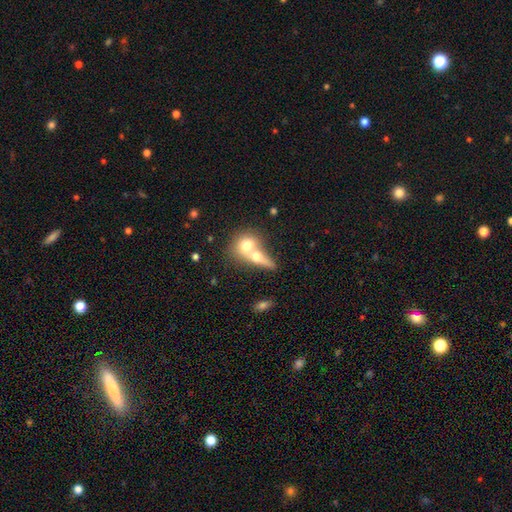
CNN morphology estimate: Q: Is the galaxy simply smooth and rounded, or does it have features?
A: smooth — 62%.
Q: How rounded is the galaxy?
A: round — 57%.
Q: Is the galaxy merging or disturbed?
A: merger — 68%.